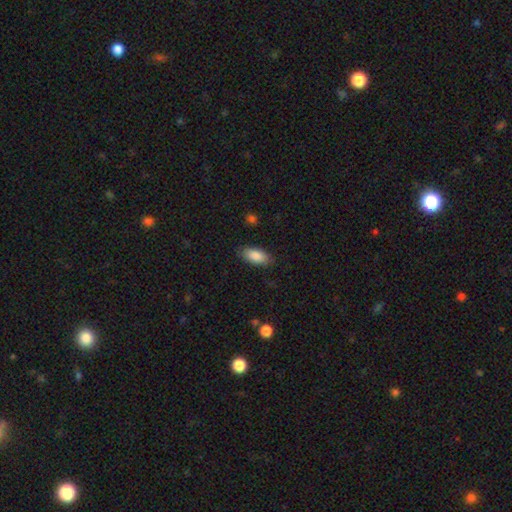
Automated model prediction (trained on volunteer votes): Smooth or featured? Predicted: smooth (p=0.87). How rounded? Predicted: in between (p=0.89). Merging? Predicted: none (p=0.85).